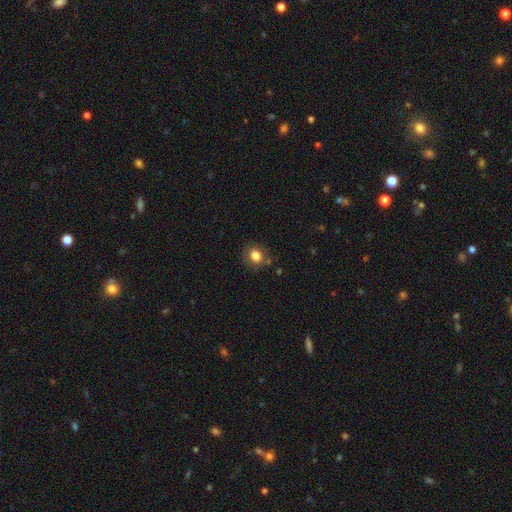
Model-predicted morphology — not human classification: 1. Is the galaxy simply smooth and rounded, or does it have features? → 81% smooth, 10% star or artifact, 9% featured or disk.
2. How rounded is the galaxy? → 64% round, 35% in between, 1% cigar-shaped.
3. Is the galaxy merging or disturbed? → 78% none, 15% minor disturbance, 4% major disturbance, 3% merger.